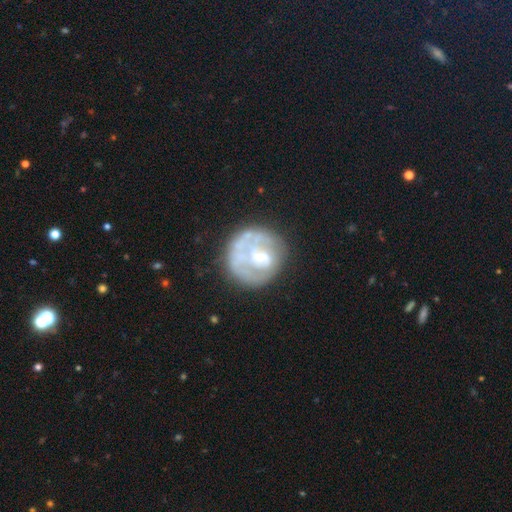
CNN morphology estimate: Smooth or featured?
  - featured or disk: 60% *
  - smooth: 32%
  - star or artifact: 8%
Edge-on disk?
  - no: 98% *
  - yes: 2%
Bar?
  - no: 69% *
  - weak: 24%
  - strong: 7%
Spiral arms?
  - no: 67% *
  - yes: 33%
Bulge size?
  - moderate: 40% *
  - small: 28%
  - none: 22%
  - large: 8%
  - dominant: 2%
Merging?
  - none: 60% *
  - minor disturbance: 20%
  - major disturbance: 16%
  - merger: 4%